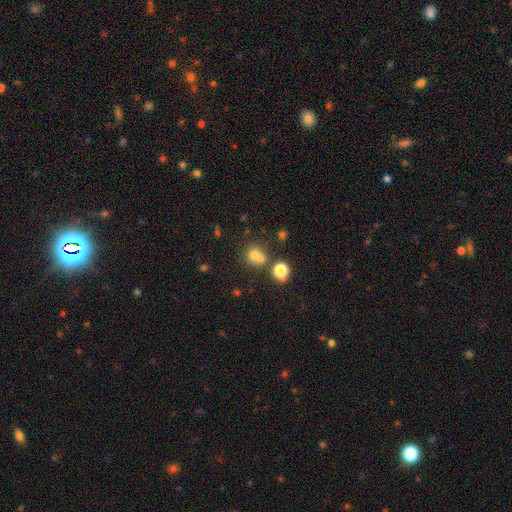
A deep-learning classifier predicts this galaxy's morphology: Smooth or featured: smooth — 70% (star or artifact — 17%)
How rounded: round — 80% (in between — 19%)
Merging: merger — 44% (none — 43%)